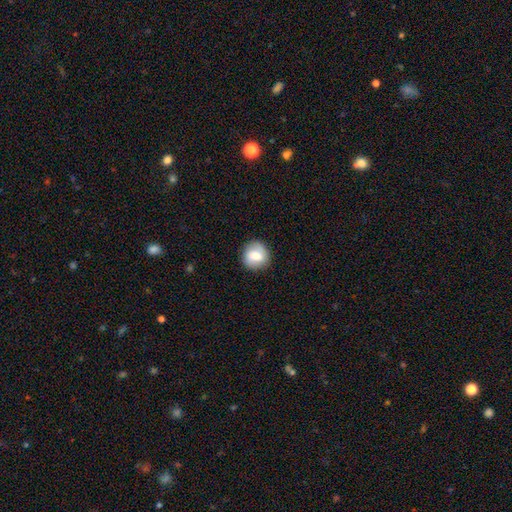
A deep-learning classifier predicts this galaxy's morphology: Smooth or featured?
  - smooth: 69% *
  - featured or disk: 24%
  - star or artifact: 8%
How rounded?
  - round: 84% *
  - in between: 15%
  - cigar-shaped: 1%
Merging?
  - none: 84% *
  - minor disturbance: 11%
  - major disturbance: 3%
  - merger: 1%